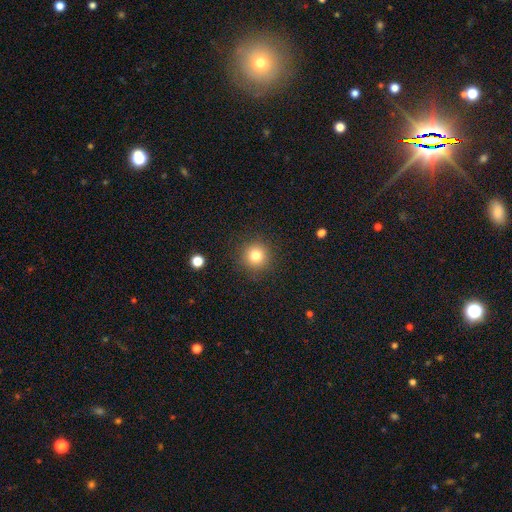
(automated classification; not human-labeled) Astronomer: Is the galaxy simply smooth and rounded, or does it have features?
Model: smooth — 80%.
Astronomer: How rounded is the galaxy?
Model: round — 95%.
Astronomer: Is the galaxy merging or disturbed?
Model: none — 90%.